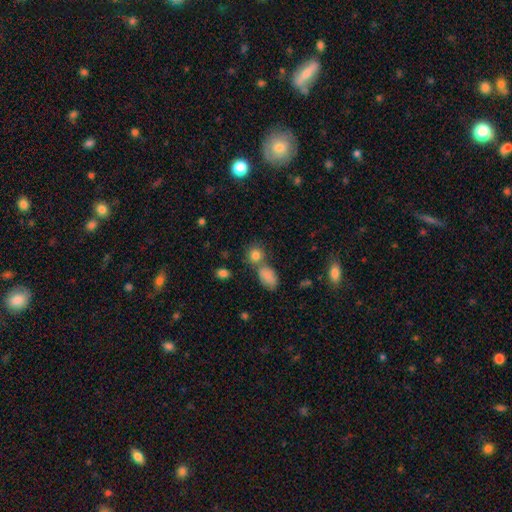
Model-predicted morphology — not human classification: Q: Smooth or featured?
A: smooth (82%); runner-up: star or artifact (11%)
Q: How rounded?
A: round (72%); runner-up: in between (26%)
Q: Merging?
A: none (58%); runner-up: merger (29%)